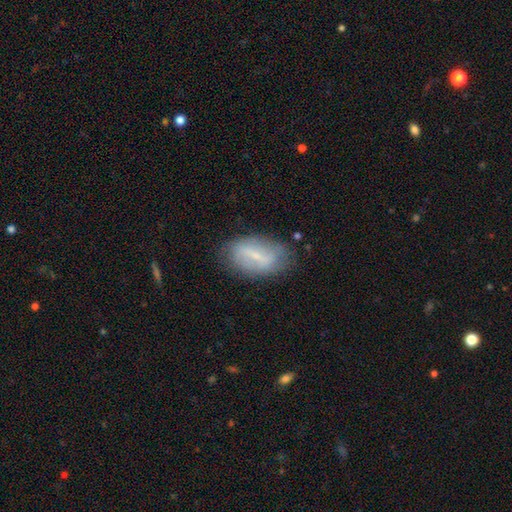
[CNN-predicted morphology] This appears to be a featured or disk galaxy (53%). Merging: none (74%).